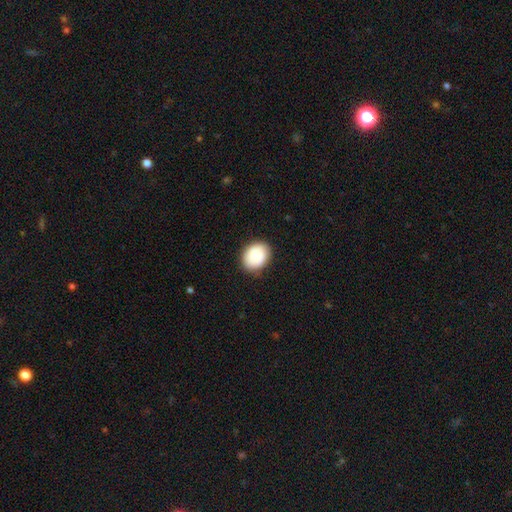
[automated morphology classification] This appears to be a smooth galaxy with no disk features (86%) that is in between round and cigar-shaped (55%). Merging: none (86%).